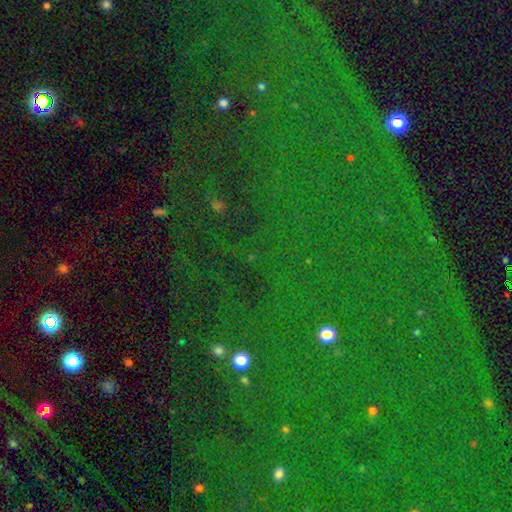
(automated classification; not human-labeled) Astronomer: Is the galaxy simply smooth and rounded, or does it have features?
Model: star or artifact — 80%.